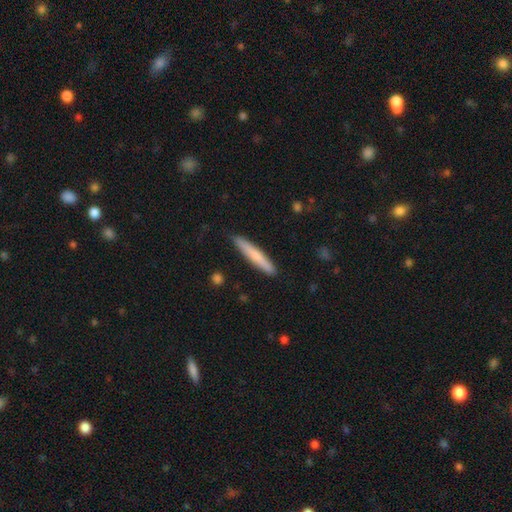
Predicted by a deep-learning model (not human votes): The model was most divided on "smooth or featured": smooth: 69%, featured or disk: 25%, star or artifact: 5%. More confident: how rounded — cigar-shaped (94%); merging — none (89%).